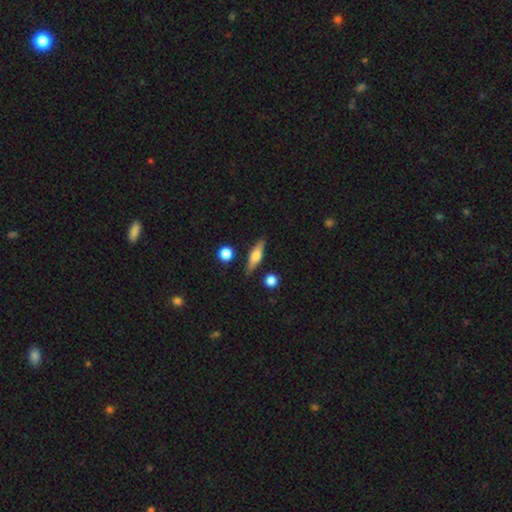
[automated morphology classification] smooth 52%, featured or disk 41%, star or artifact 7%. Down the decision tree: how rounded — cigar-shaped (55%); merging — none (83%).